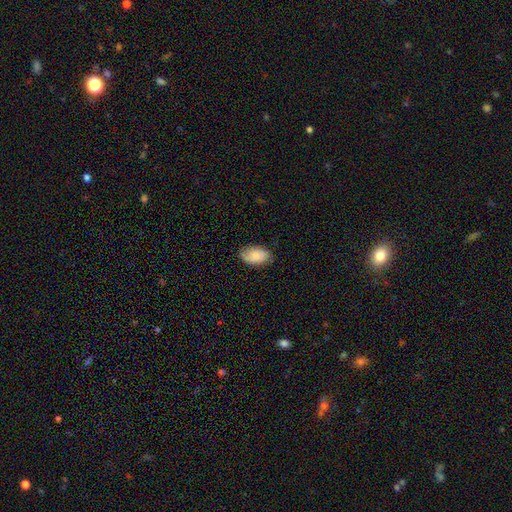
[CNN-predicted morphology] smooth-or-featured: smooth: 73% | featured or disk: 20% | star or artifact: 7%
  how-rounded: in between: 93% | round: 5% | cigar-shaped: 2%
  merging: none: 76% | minor disturbance: 19% | major disturbance: 4% | merger: 1%